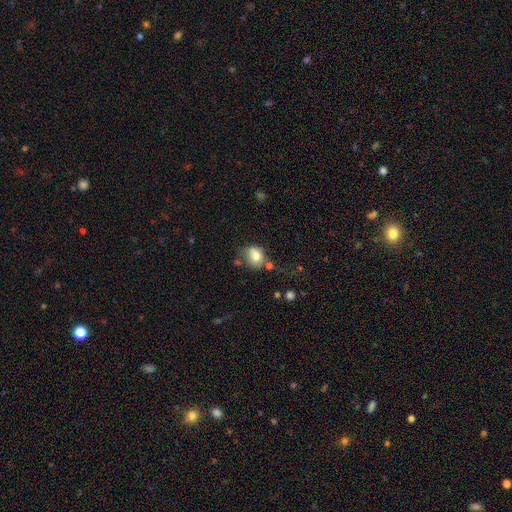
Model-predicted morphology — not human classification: smooth 75%, featured or disk 16%, star or artifact 10%. Down the decision tree: how rounded — round (66%); merging — none (57%).